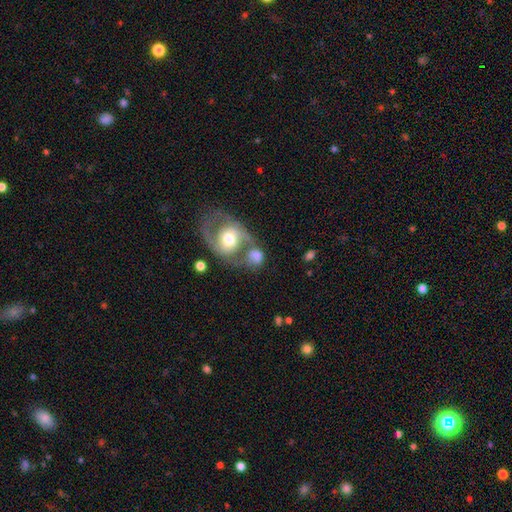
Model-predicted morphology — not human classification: A smooth galaxy with no disk features (50%) that is round (58%). Merging: merger (43%).